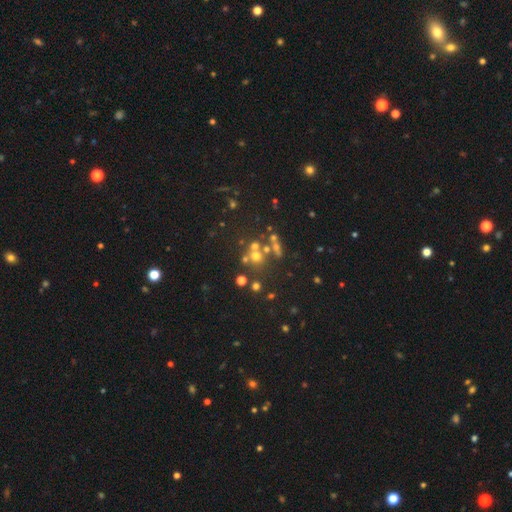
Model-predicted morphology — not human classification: Overall: smooth (50%; star or artifact 30%). How rounded: round (85%). Merging: none (53%; merger 31%).